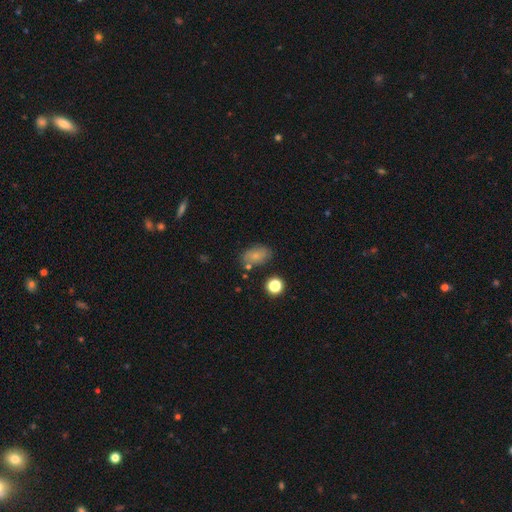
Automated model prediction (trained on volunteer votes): A smooth galaxy with no disk features (75%) that is in between round and cigar-shaped (85%). Merging: none (75%).